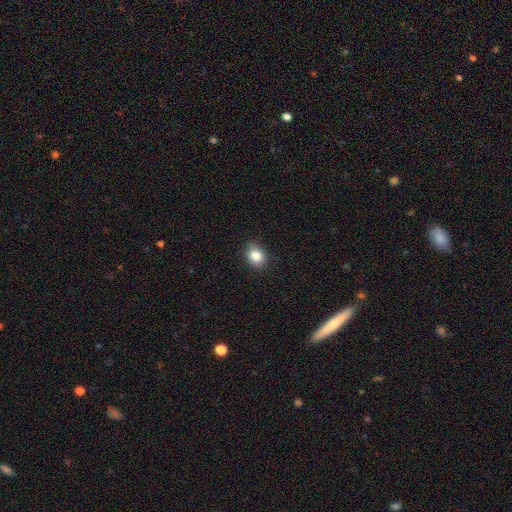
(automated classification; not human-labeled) smooth-or-featured: smooth: 85% | star or artifact: 10% | featured or disk: 5%
  how-rounded: round: 55% | in between: 44% | cigar-shaped: 1%
  merging: none: 86% | minor disturbance: 11% | major disturbance: 2% | merger: 1%